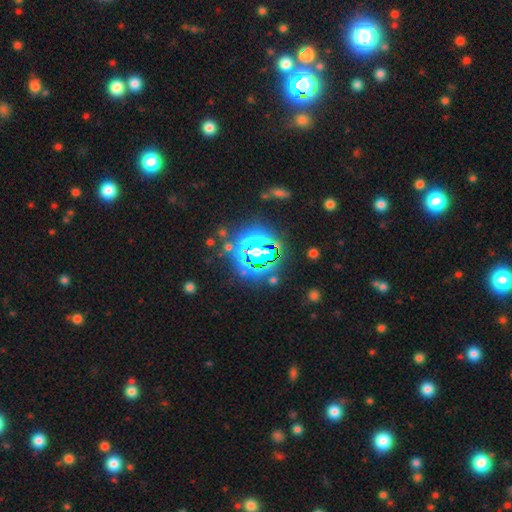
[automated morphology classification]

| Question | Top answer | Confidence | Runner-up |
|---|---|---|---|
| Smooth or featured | star or artifact | 71% | smooth (18%) |